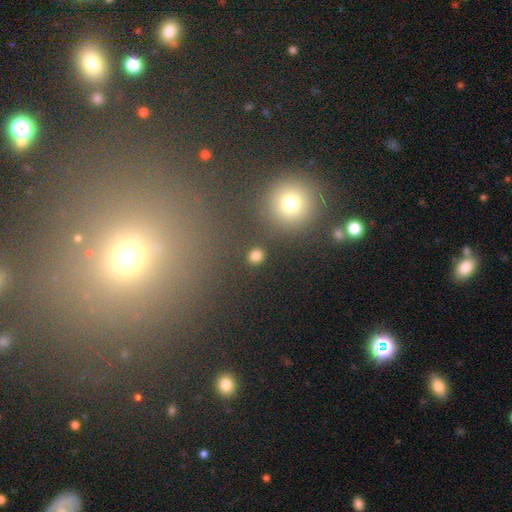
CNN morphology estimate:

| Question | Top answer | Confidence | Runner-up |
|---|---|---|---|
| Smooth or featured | smooth | 80% | star or artifact (15%) |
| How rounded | round | 81% | in between (18%) |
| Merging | none | 88% | minor disturbance (6%) |